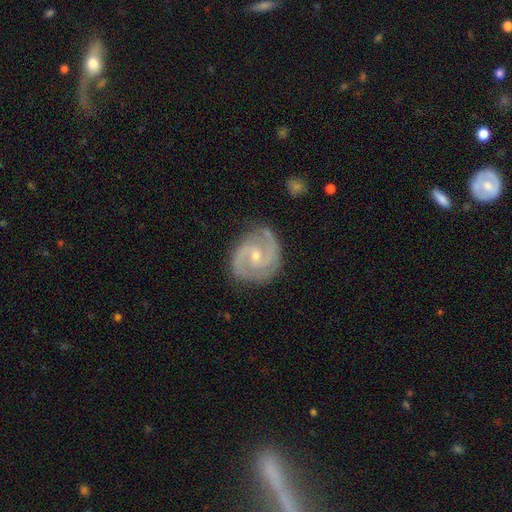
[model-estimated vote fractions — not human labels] A featured or disk galaxy (91%) with no bar (47%), 2 (86%) medium (50%) spiral arms (98%) and a small central bulge (58%). Merging: none (80%).